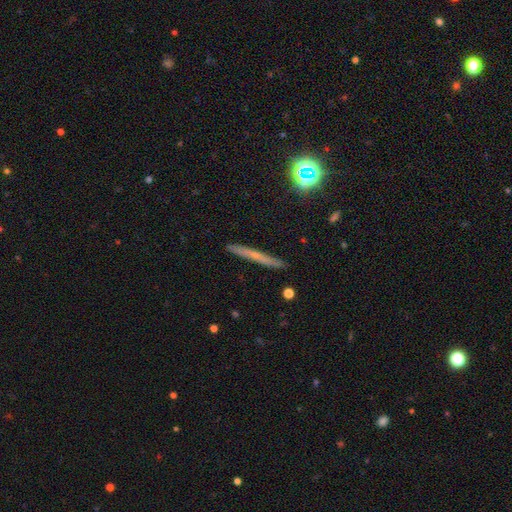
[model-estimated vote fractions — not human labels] Smooth or featured? Predicted: featured or disk (p=0.50). Merging? Predicted: none (p=0.90).